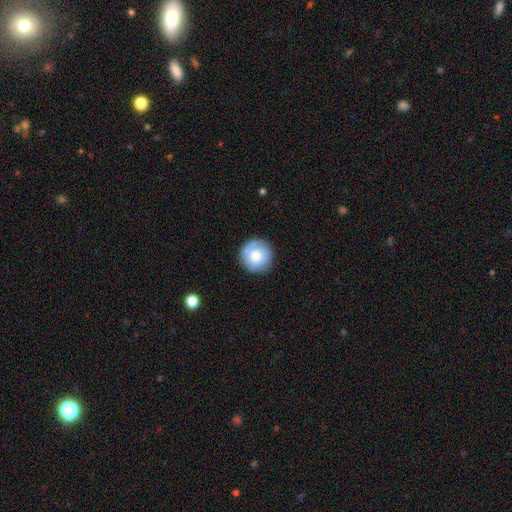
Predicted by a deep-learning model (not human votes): Smooth or featured?
  - smooth: 73% *
  - featured or disk: 20%
  - star or artifact: 7%
How rounded?
  - round: 95% *
  - in between: 4%
  - cigar-shaped: 1%
Merging?
  - none: 82% *
  - minor disturbance: 13%
  - major disturbance: 3%
  - merger: 2%